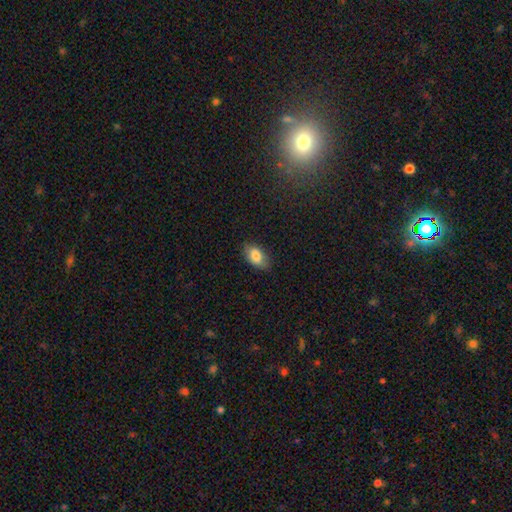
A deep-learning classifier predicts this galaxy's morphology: A smooth galaxy with no disk features (83%) that is in between round and cigar-shaped (93%). Merging: none (80%).